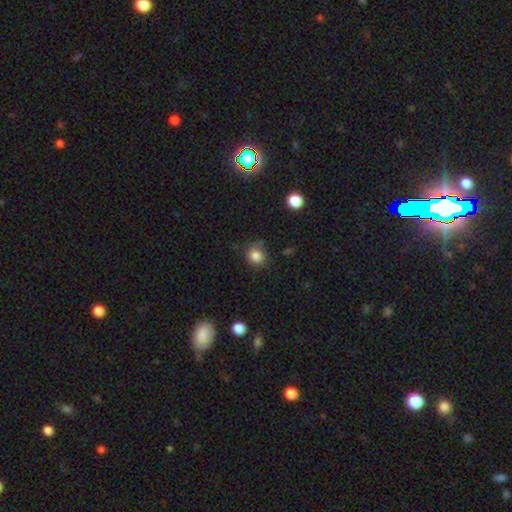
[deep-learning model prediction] smooth_or_featured: smooth (p=0.83) [alt: star or artifact p=0.12]
how_rounded: round (p=0.82) [alt: in between p=0.17]
merging: none (p=0.73) [alt: minor disturbance p=0.20]